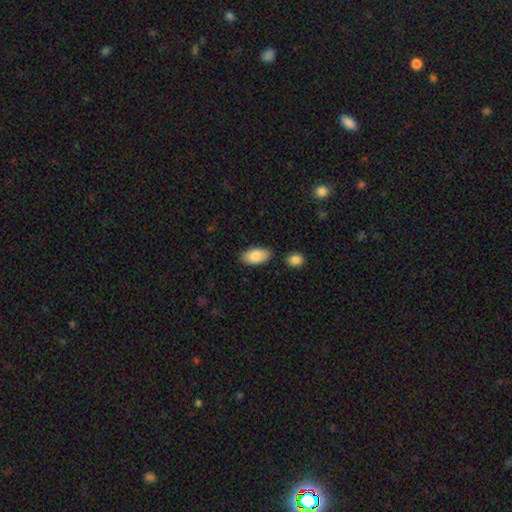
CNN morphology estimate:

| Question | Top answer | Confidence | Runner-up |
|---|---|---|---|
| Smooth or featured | smooth | 87% | featured or disk (7%) |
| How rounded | in between | 95% | round (3%) |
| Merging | none | 83% | minor disturbance (10%) |